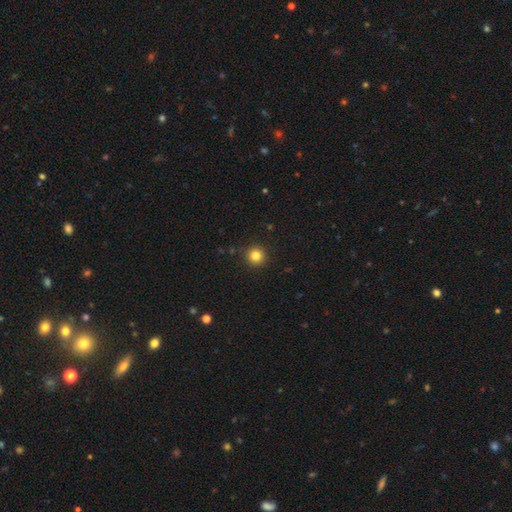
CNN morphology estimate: A smooth galaxy with no disk features (83%) that is round (95%). Merging: none (92%).